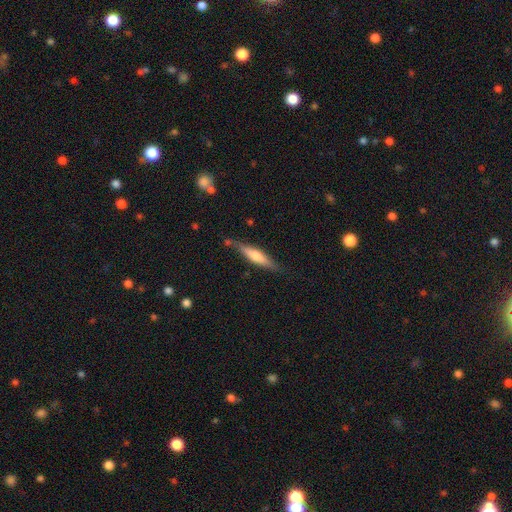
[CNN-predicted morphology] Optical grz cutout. It shows a smooth galaxy with no disk features (50%) that is cigar-shaped (82%). Merging: none (77%).